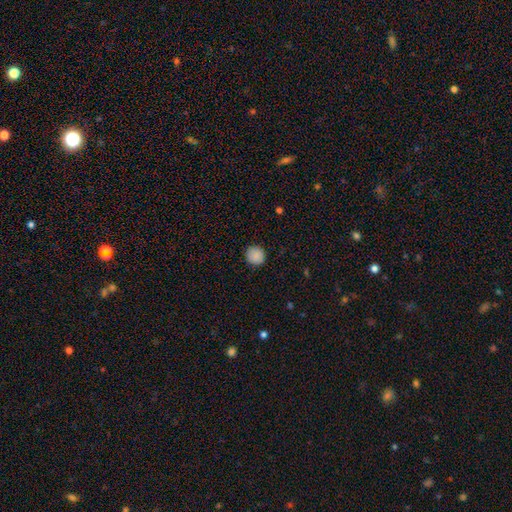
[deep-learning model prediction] Smooth or featured?
  - smooth: 88% *
  - star or artifact: 8%
  - featured or disk: 3%
How rounded?
  - round: 92% *
  - in between: 7%
  - cigar-shaped: 1%
Merging?
  - none: 91% *
  - minor disturbance: 7%
  - major disturbance: 2%
  - merger: 1%